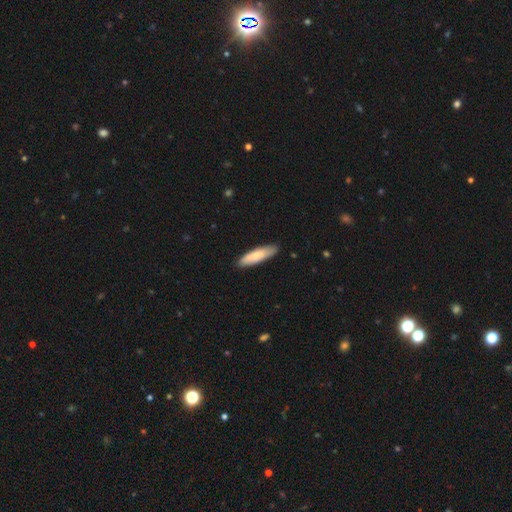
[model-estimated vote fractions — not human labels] Q: Smooth or featured?
A: smooth (79%); runner-up: featured or disk (16%)
Q: How rounded?
A: cigar-shaped (70%); runner-up: in between (29%)
Q: Merging?
A: none (87%); runner-up: minor disturbance (10%)